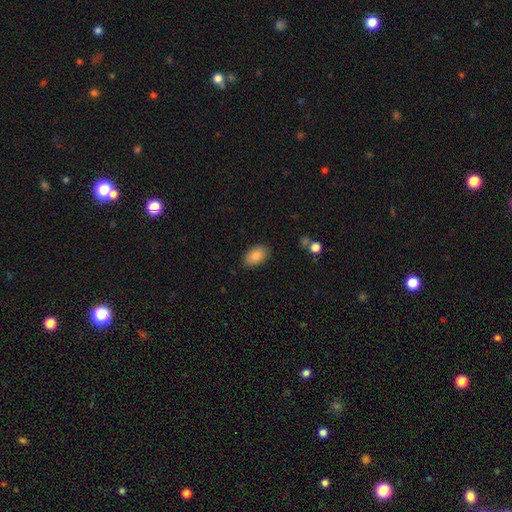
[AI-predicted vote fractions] Smooth or featured? smooth (84%)
How rounded? in between (90%)
Merging? none (84%)